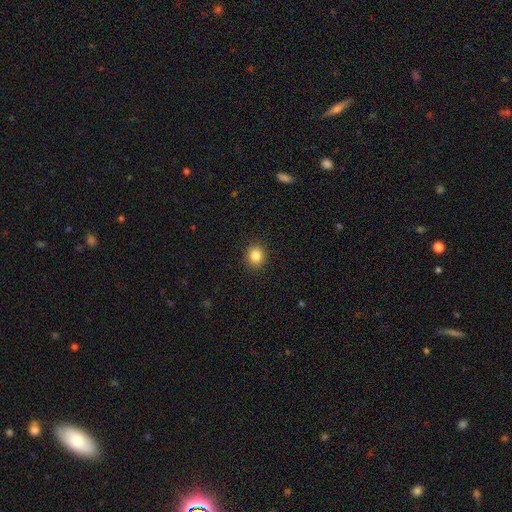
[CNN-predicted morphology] A smooth galaxy with no disk features (85%) that is round (78%).

Vote fractions:
- Smooth or featured? smooth: 85% / star or artifact: 10% / featured or disk: 5%
- How rounded? round: 78% / in between: 21% / cigar-shaped: 1%
- Merging? none: 91% / minor disturbance: 6% / major disturbance: 2% / merger: 1%